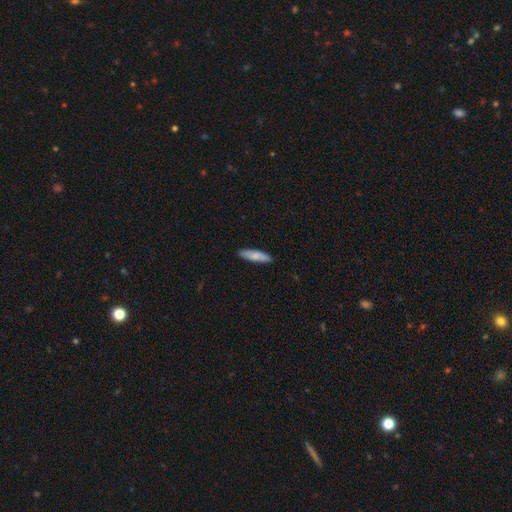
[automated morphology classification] A smooth galaxy with no disk features (77%) that is cigar-shaped (67%). Merging: none (88%).